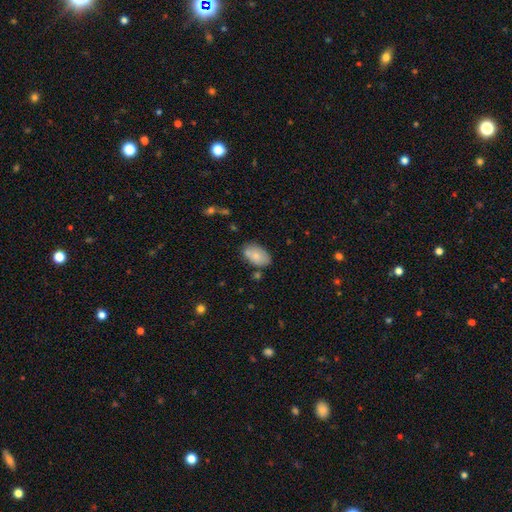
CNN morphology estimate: Smooth or featured? smooth (79%)
How rounded? in between (92%)
Merging? none (68%)